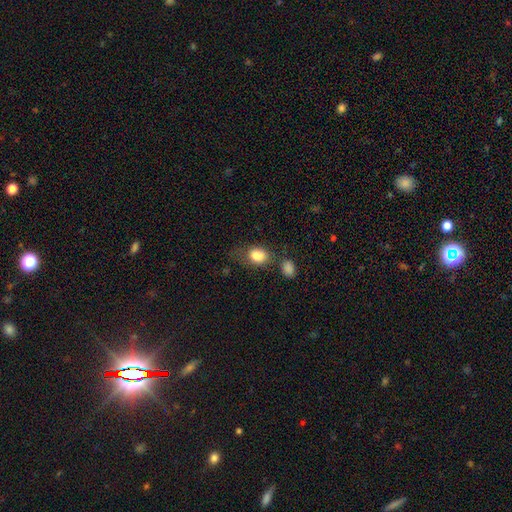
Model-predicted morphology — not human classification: Smooth or featured: smooth — 83% (star or artifact — 9%)
How rounded: in between — 68% (round — 31%)
Merging: none — 43% (minor disturbance — 24%)